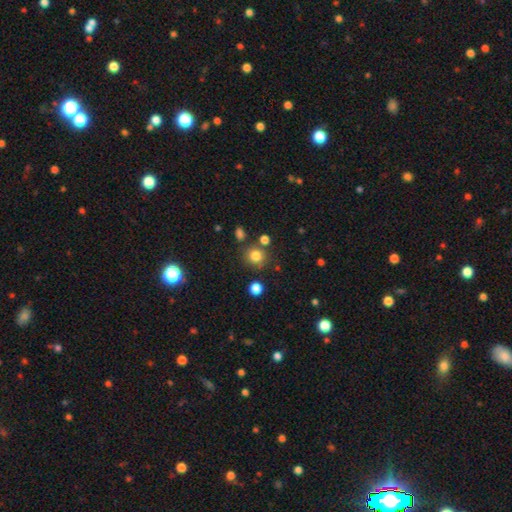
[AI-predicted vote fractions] smooth 80%, star or artifact 13%, featured or disk 6%. Down the decision tree: how rounded — round (88%); merging — none (78%).